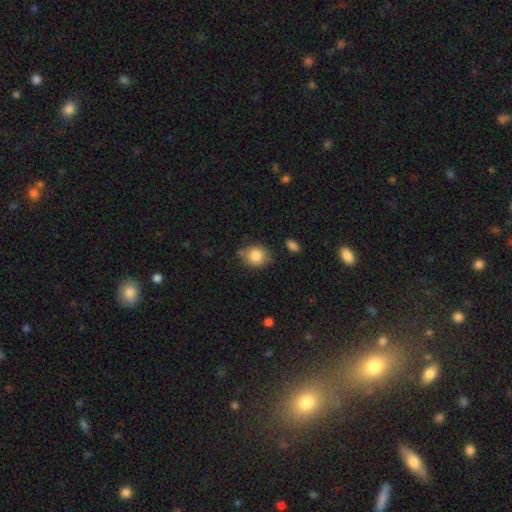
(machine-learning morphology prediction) Overall: smooth (83%). How rounded: round (61%; in between 38%). Merging: none (73%).